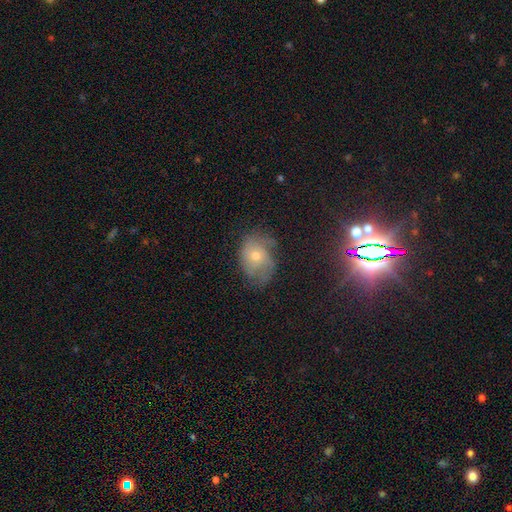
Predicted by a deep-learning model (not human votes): Q: Smooth or featured?
A: featured or disk (47%); runner-up: smooth (34%)
Q: Merging?
A: none (58%); runner-up: minor disturbance (27%)